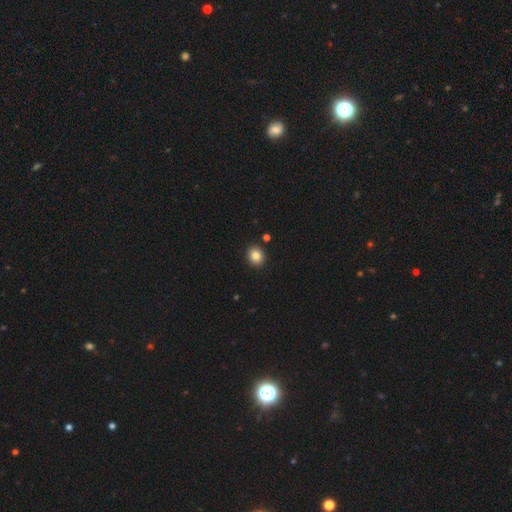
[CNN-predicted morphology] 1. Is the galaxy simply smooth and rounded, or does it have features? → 85% smooth, 10% star or artifact, 5% featured or disk.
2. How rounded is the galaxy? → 72% round, 28% in between, 1% cigar-shaped.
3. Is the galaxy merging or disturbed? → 90% none, 6% minor disturbance, 2% merger, 2% major disturbance.